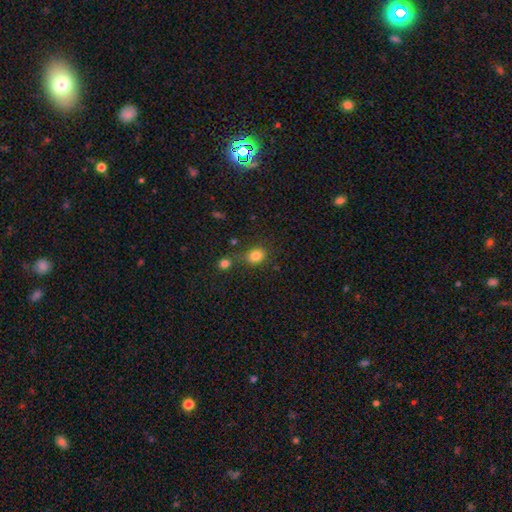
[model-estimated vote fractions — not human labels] Q: Smooth or featured?
A: smooth (82%); runner-up: star or artifact (12%)
Q: How rounded?
A: round (58%); runner-up: in between (41%)
Q: Merging?
A: none (64%); runner-up: merger (17%)